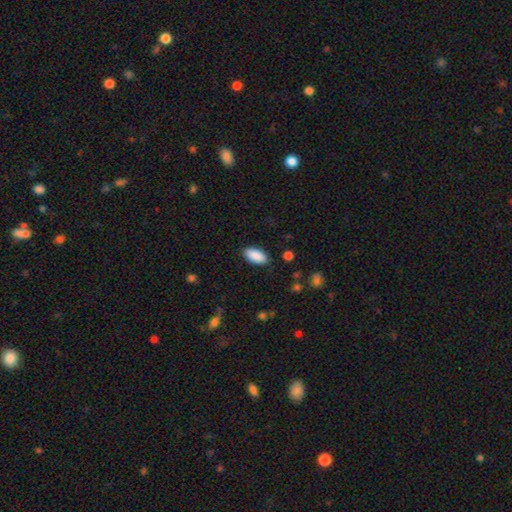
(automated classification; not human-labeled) Smooth or featured?
  - smooth: 90% *
  - star or artifact: 6%
  - featured or disk: 3%
How rounded?
  - in between: 92% *
  - cigar-shaped: 6%
  - round: 2%
Merging?
  - none: 88% *
  - minor disturbance: 9%
  - major disturbance: 2%
  - merger: 1%